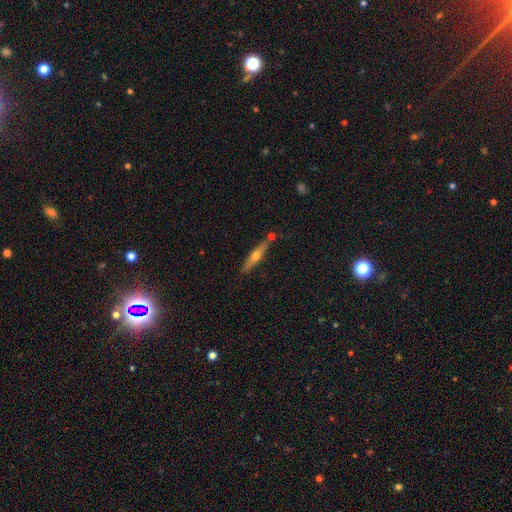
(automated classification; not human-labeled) This appears to be a featured or disk galaxy (57%) viewed edge-on (93%) with a rounded central bulge (92%). Merging: none (78%).